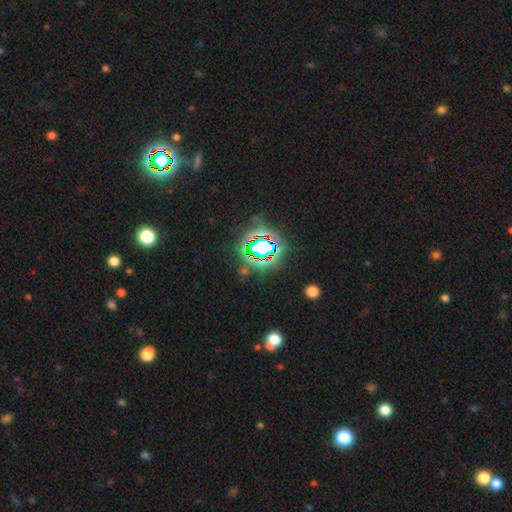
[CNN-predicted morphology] The model was most divided on "smooth or featured": star or artifact: 82%, smooth: 11%, featured or disk: 7%.